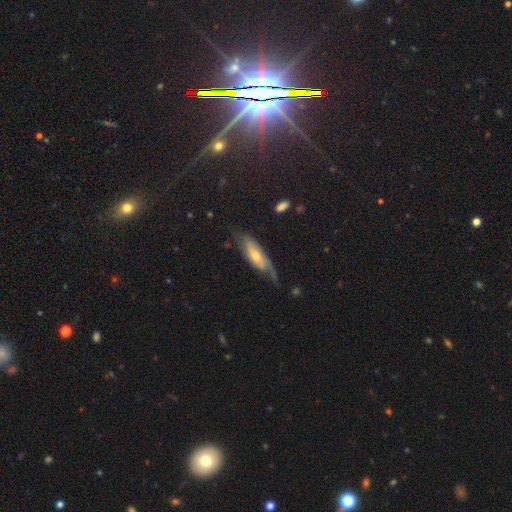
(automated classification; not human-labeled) smooth-or-featured: featured or disk: 55% | smooth: 38% | star or artifact: 6%
  disk-edge-on: no: 68% | yes: 32%
  merging: none: 45% | minor disturbance: 31% | major disturbance: 21% | merger: 3%